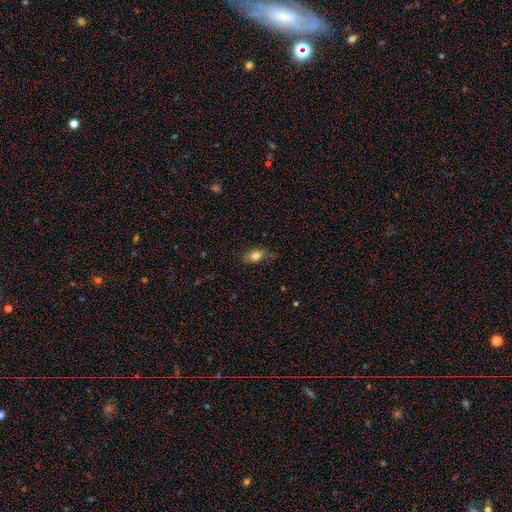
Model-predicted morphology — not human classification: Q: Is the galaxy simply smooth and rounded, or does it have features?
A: smooth — 81%.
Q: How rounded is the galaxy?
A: in between — 83%.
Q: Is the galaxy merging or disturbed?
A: none — 67%.